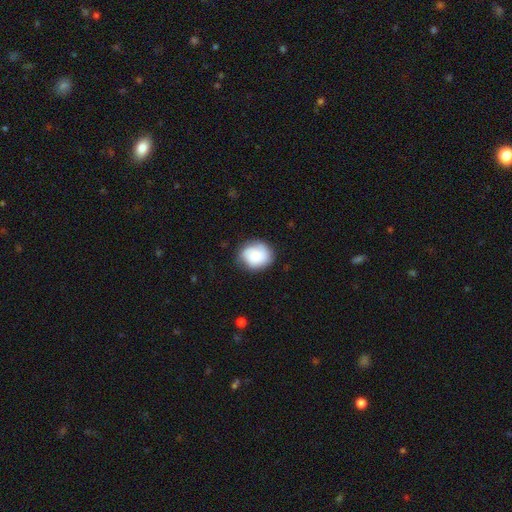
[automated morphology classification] Q: Smooth or featured?
A: smooth (67%); runner-up: featured or disk (25%)
Q: How rounded?
A: round (70%); runner-up: in between (29%)
Q: Merging?
A: none (72%); runner-up: minor disturbance (21%)